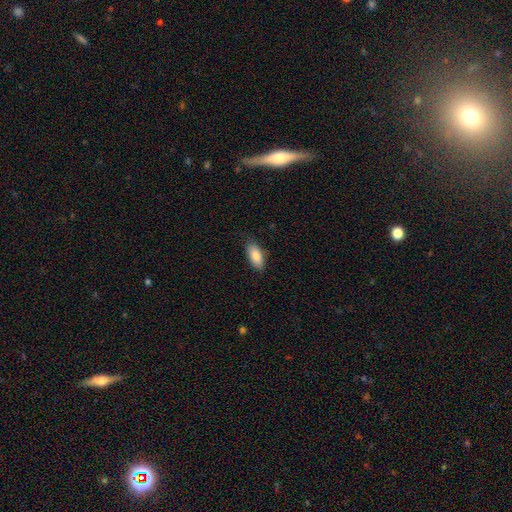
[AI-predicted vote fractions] A smooth galaxy with no disk features (84%) that is in between round and cigar-shaped (88%).

Vote fractions:
- Smooth or featured? smooth: 84% / featured or disk: 9% / star or artifact: 7%
- How rounded? in between: 88% / cigar-shaped: 10% / round: 2%
- Merging? none: 82% / minor disturbance: 15% / major disturbance: 3% / merger: 1%